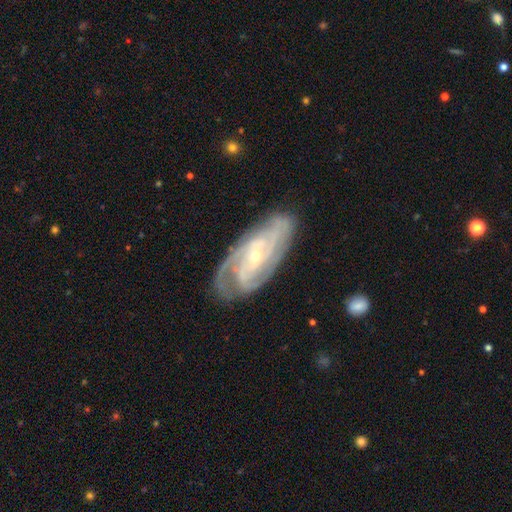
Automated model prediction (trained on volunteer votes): Smooth or featured? Predicted: featured or disk (p=0.89). Edge-on disk? Predicted: no (p=0.94). Bar? Predicted: no (p=0.50). Spiral arms? Predicted: yes (p=0.97). Spiral winding? Predicted: tight (p=0.62). Spiral arm count? Predicted: 3 (p=0.33). Bulge size? Predicted: small (p=0.72). Merging? Predicted: none (p=0.75).